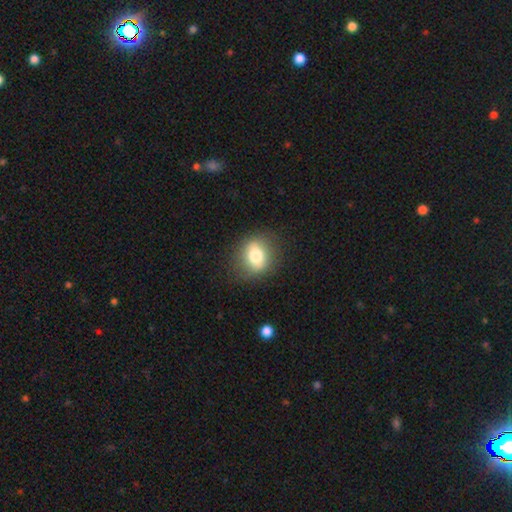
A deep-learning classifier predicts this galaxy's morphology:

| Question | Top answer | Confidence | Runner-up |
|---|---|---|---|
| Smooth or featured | smooth | 69% | featured or disk (23%) |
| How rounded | round | 54% | in between (44%) |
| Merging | none | 83% | minor disturbance (12%) |